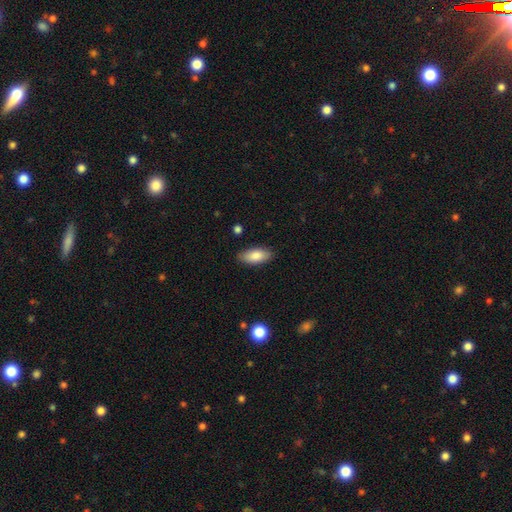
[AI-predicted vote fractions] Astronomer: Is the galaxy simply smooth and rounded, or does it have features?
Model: smooth — 84%.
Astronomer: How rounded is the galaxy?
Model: in between — 88%.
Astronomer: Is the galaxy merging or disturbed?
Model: none — 86%.